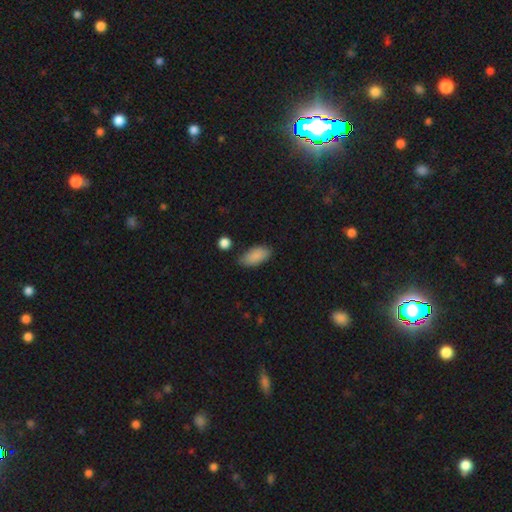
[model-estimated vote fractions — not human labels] A smooth galaxy with no disk features (87%) that is in between round and cigar-shaped (91%).

Vote fractions:
- Smooth or featured? smooth: 87% / star or artifact: 7% / featured or disk: 6%
- How rounded? in between: 91% / cigar-shaped: 6% / round: 3%
- Merging? none: 73% / minor disturbance: 20% / major disturbance: 4% / merger: 4%